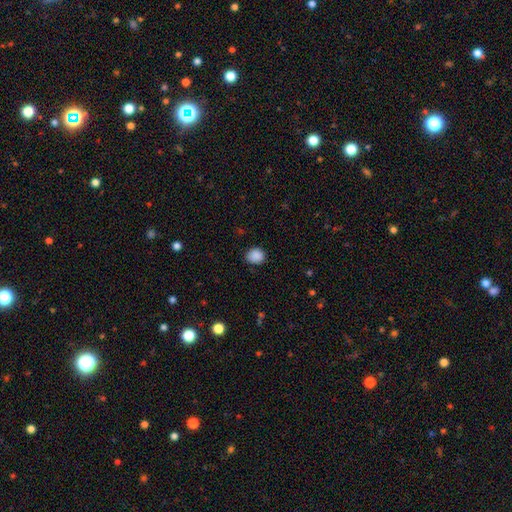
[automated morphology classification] smooth_or_featured: smooth (p=0.88) [alt: star or artifact p=0.09]
how_rounded: round (p=0.67) [alt: in between p=0.32]
merging: none (p=0.85) [alt: minor disturbance p=0.12]